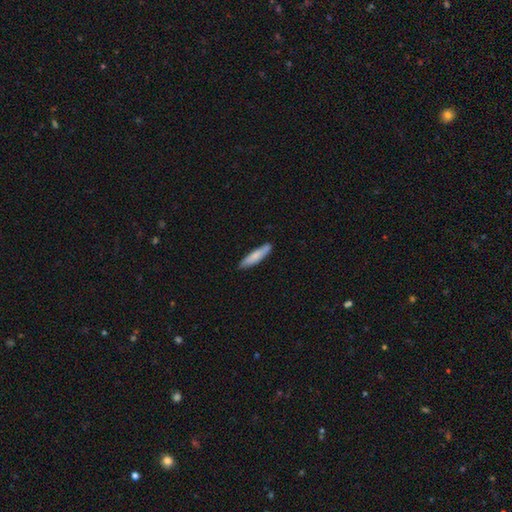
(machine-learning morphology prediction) Smooth or featured?
  - smooth: 75% *
  - featured or disk: 19%
  - star or artifact: 5%
How rounded?
  - cigar-shaped: 82% *
  - in between: 17%
  - round: 1%
Merging?
  - none: 81% *
  - minor disturbance: 15%
  - merger: 2%
  - major disturbance: 2%